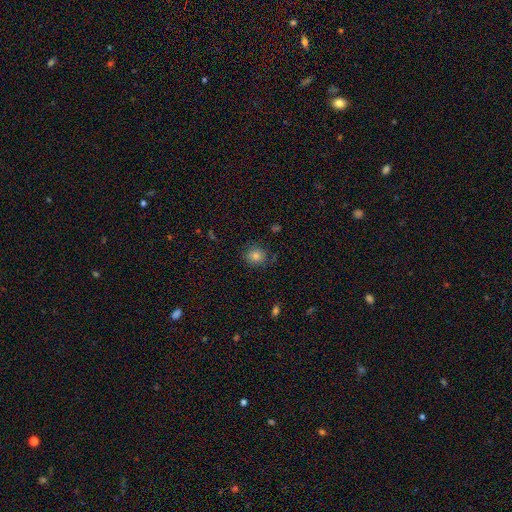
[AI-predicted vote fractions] smooth_or_featured: smooth (p=0.76) [alt: star or artifact p=0.14]
how_rounded: round (p=0.80) [alt: in between p=0.19]
merging: none (p=0.81) [alt: minor disturbance p=0.13]